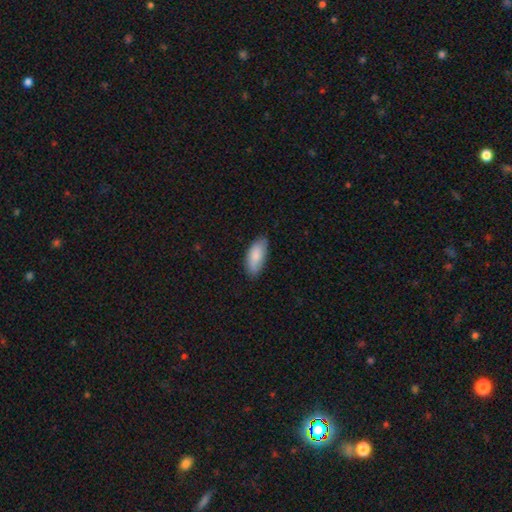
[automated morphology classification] smooth_or_featured: smooth (p=0.85) [alt: featured or disk p=0.09]
how_rounded: in between (p=0.86) [alt: cigar-shaped p=0.12]
merging: none (p=0.77) [alt: minor disturbance p=0.19]